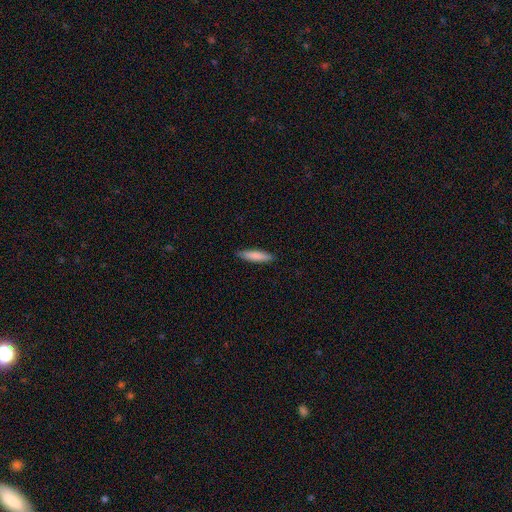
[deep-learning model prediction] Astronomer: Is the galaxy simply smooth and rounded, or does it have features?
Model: smooth — 81%.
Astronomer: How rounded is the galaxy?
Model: cigar-shaped — 82%.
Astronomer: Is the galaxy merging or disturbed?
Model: none — 88%.